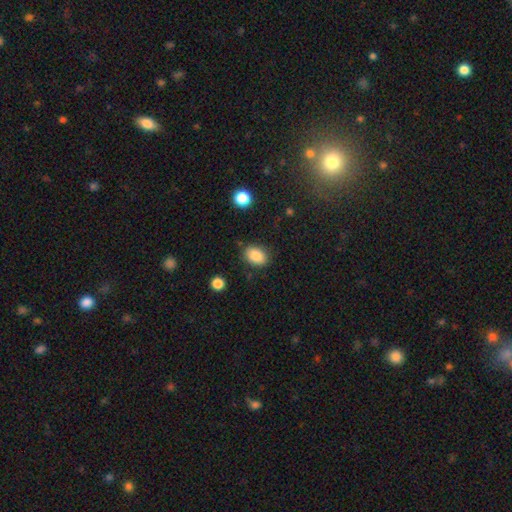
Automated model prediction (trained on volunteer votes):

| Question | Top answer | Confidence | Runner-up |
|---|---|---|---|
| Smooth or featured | smooth | 86% | star or artifact (8%) |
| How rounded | in between | 79% | round (20%) |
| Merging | none | 82% | minor disturbance (12%) |